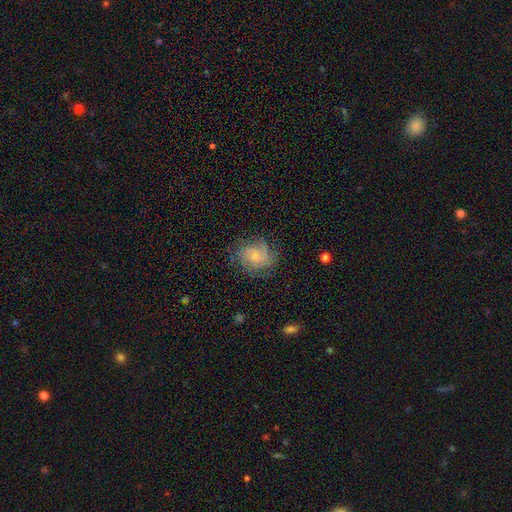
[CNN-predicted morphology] Smooth or featured? Predicted: featured or disk (p=0.68). Edge-on disk? Predicted: no (p=0.98). Bar? Predicted: no (p=0.74). Spiral arms? Predicted: yes (p=0.92). Spiral winding? Predicted: tight (p=0.46). Spiral arm count? Predicted: 2 (p=0.29, tied with can't tell). Bulge size? Predicted: small (p=0.67). Merging? Predicted: none (p=0.71).